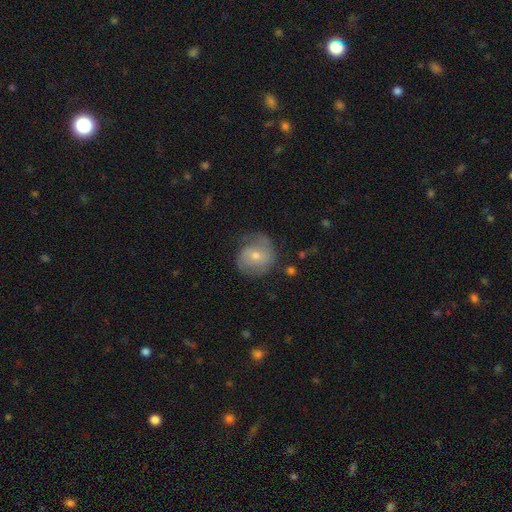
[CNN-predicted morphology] Smooth or featured?
  - featured or disk: 58% *
  - smooth: 33%
  - star or artifact: 9%
Edge-on disk?
  - no: 97% *
  - yes: 3%
Bar?
  - no: 65% *
  - weak: 28%
  - strong: 7%
Spiral arms?
  - yes: 82% *
  - no: 18%
Bulge size?
  - small: 52% *
  - moderate: 44%
  - large: 2%
  - none: 1%
  - dominant: 1%
Merging?
  - none: 63% *
  - minor disturbance: 23%
  - major disturbance: 12%
  - merger: 2%